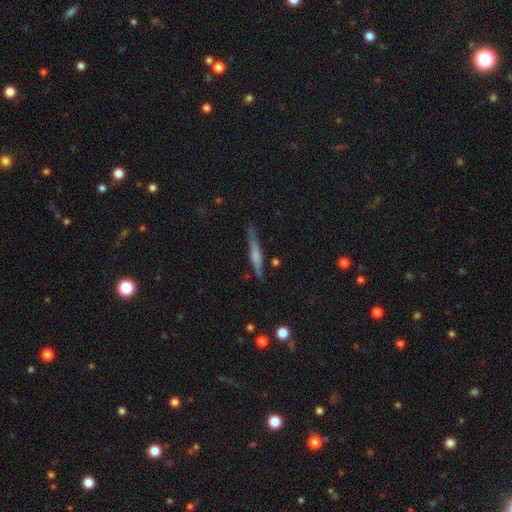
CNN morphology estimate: The model was most divided on "smooth or featured": featured or disk: 55%, smooth: 38%, star or artifact: 7%. More confident: edge-on disk — yes (96%); merging — none (82%); edge-on bulge — rounded (51%).